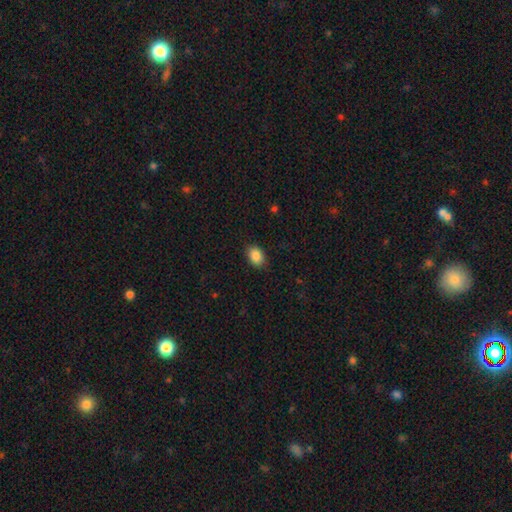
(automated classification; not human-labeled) The model was most divided on "how rounded": in between: 79%, round: 20%, cigar-shaped: 1%. More confident: smooth or featured — smooth (88%); merging — none (85%).